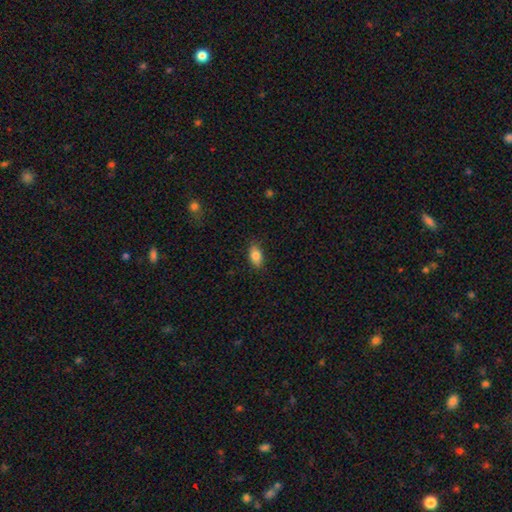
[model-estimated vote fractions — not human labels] This is likely a smooth galaxy (79%). How rounded: clearly in between (86%). Merging: clearly none (84%).